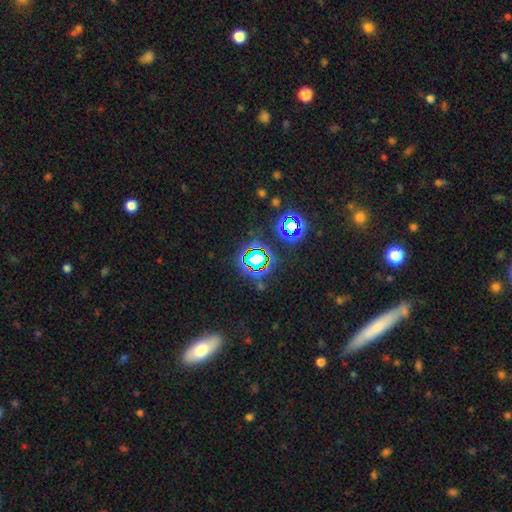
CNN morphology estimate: This is likely a star or artifact rather than a galaxy (69%).